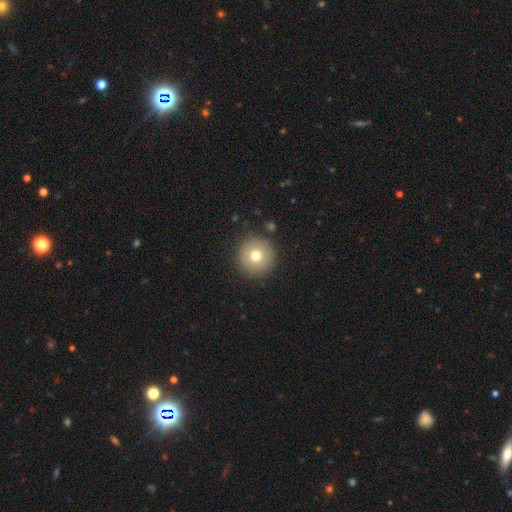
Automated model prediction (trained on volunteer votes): smooth_or_featured: smooth (p=0.73) [alt: featured or disk p=0.16]
how_rounded: round (p=0.96) [alt: in between p=0.03]
merging: none (p=0.89) [alt: minor disturbance p=0.07]